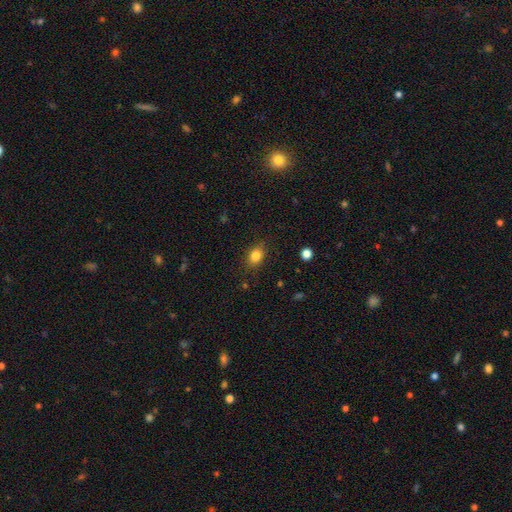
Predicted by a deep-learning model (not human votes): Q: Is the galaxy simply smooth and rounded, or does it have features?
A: smooth — 83%.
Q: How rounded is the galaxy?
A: in between — 69%.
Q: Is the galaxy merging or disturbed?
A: none — 85%.